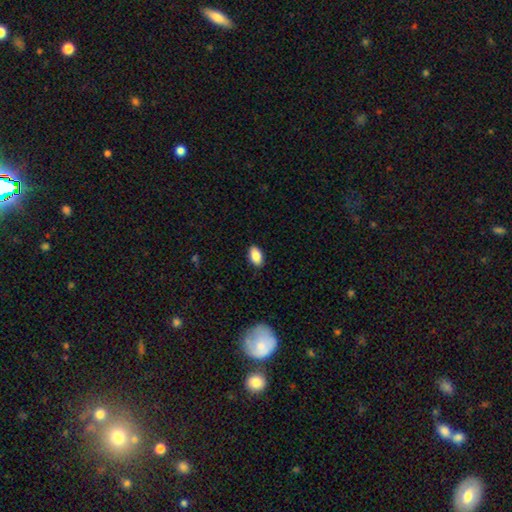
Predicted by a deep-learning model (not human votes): A smooth galaxy with no disk features (88%) that is in between round and cigar-shaped (93%). Merging: none (88%).